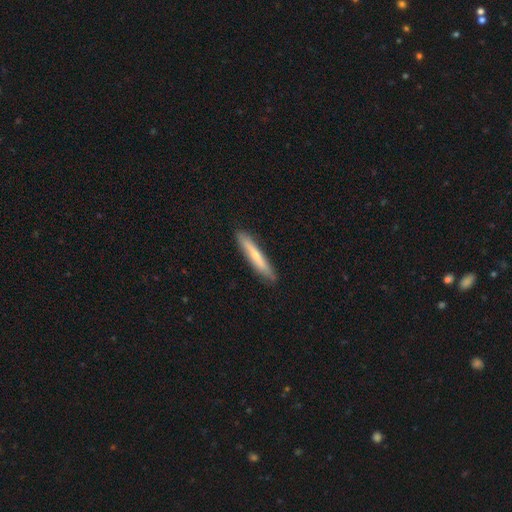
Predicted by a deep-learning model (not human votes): The model was most divided on "smooth or featured": smooth: 58%, featured or disk: 36%, star or artifact: 6%. More confident: how rounded — cigar-shaped (92%); merging — none (87%).